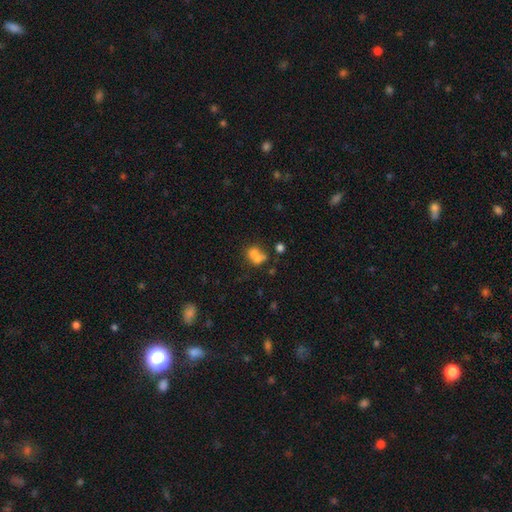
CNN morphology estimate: This appears to be a smooth galaxy with no disk features (67%) that is round (56%). Merging: merger (61%).